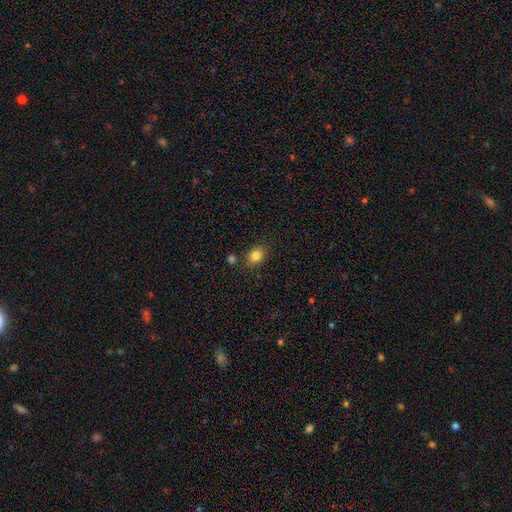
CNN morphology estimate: This appears to be a smooth galaxy with no disk features (82%) that is in between round and cigar-shaped (53%). Merging: none (80%).